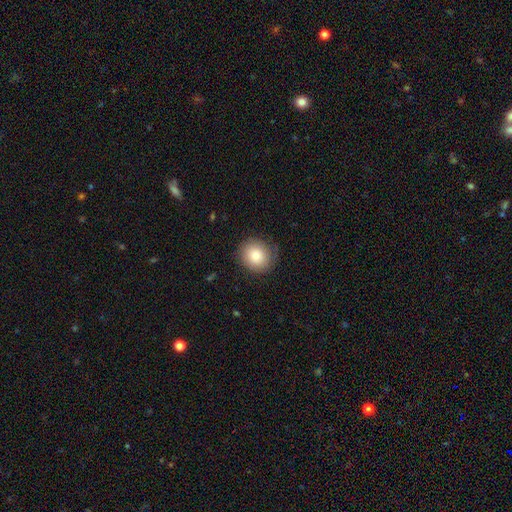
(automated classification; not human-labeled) Smooth or featured? Predicted: smooth (p=0.82). How rounded? Predicted: round (p=0.86). Merging? Predicted: none (p=0.81).